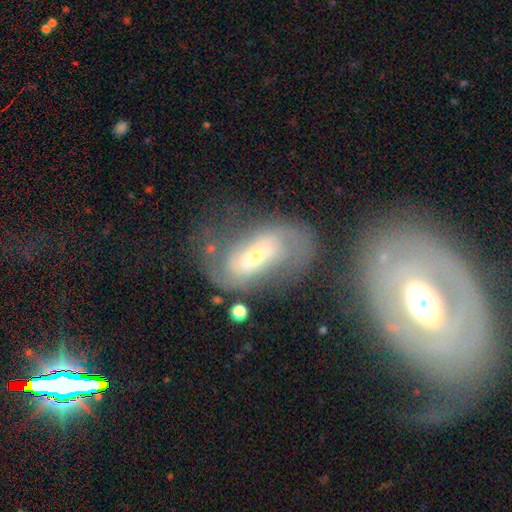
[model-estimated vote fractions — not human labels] smooth-or-featured: featured or disk: 75% | smooth: 17% | star or artifact: 8%
  disk-edge-on: no: 94% | yes: 6%
    bar: weak: 37% | no: 32% | strong: 31%
    has-spiral-arms: yes: 85% | no: 15%
      spiral-winding: medium: 41% | tight: 31% | loose: 28%
      spiral-arm-count: 2: 73% | can't tell: 17% | 1: 4% | 3: 3% | 4: 2% | more than 4: 1%
    bulge-size: small: 61% | moderate: 34% | large: 3% | none: 1% | dominant: 1%
  merging: none: 45% | major disturbance: 22% | minor disturbance: 19% | merger: 14%